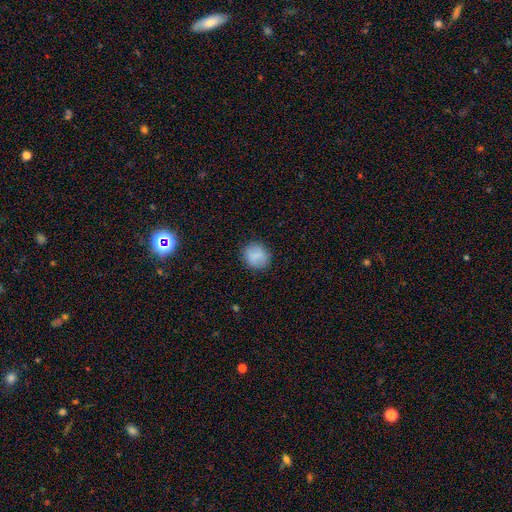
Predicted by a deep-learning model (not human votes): smooth 80%, featured or disk 12%, star or artifact 8%. Down the decision tree: how rounded — round (81%); merging — none (86%).